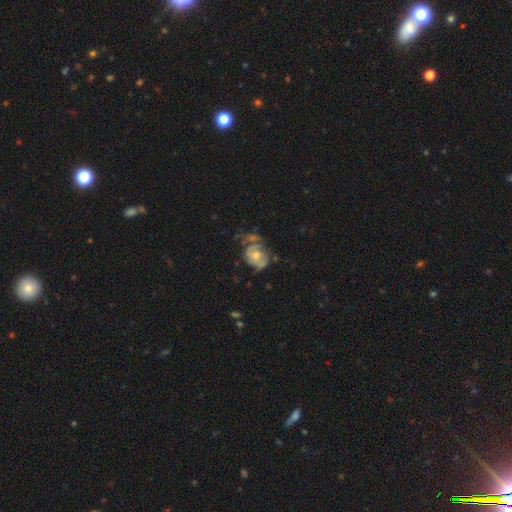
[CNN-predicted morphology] Smooth or featured: featured or disk — 68% (smooth — 25%)
Edge-on disk: no — 97% (yes — 3%)
Bar: no — 75% (weak — 21%)
Spiral arms: yes — 72% (no — 28%)
Bulge size: moderate — 67% (small — 21%)
Merging: none — 39% (minor disturbance — 27%)